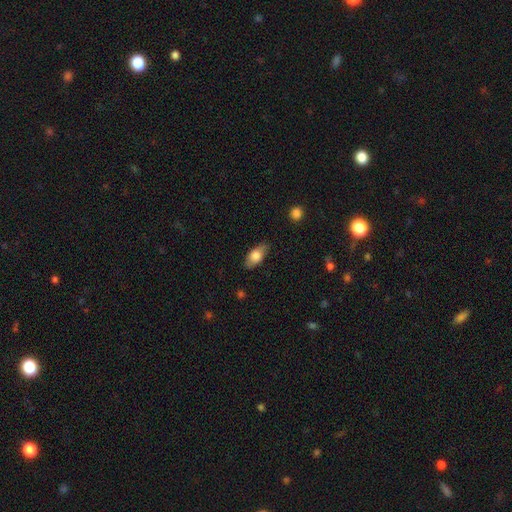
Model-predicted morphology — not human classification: This appears to be a smooth galaxy with no disk features (74%) that is in between round and cigar-shaped (88%). Merging: none (80%).